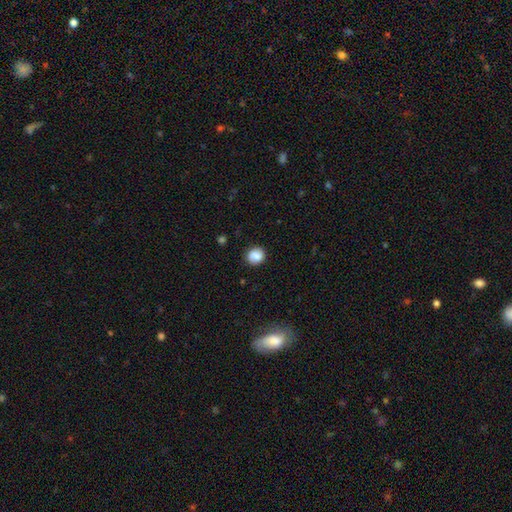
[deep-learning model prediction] This appears to be a smooth galaxy with no disk features (84%) that is round (82%). Merging: none (83%).